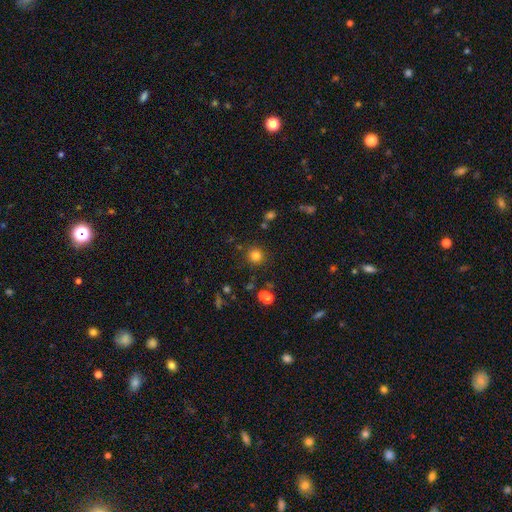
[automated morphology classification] Smooth or featured? smooth (79%)
How rounded? round (91%)
Merging? none (84%)